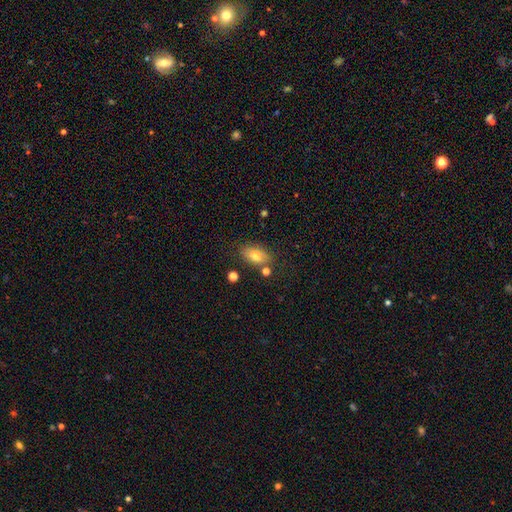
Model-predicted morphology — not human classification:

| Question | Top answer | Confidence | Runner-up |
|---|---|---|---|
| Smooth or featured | smooth | 73% | featured or disk (17%) |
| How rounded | in between | 87% | round (9%) |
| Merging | none | 76% | minor disturbance (14%) |